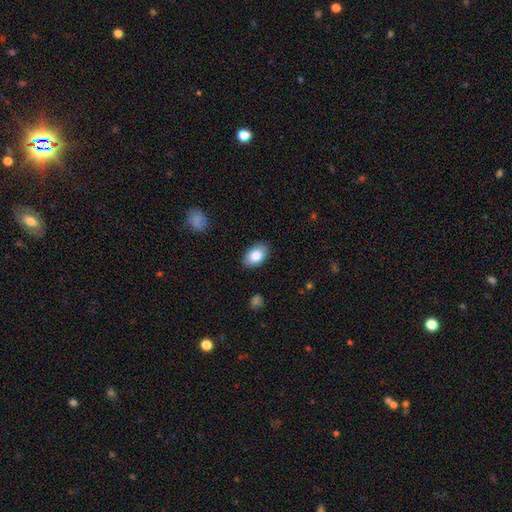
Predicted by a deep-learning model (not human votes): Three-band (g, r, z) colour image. It shows a smooth galaxy with no disk features (83%) that is in between round and cigar-shaped (88%). Merging: none (85%).